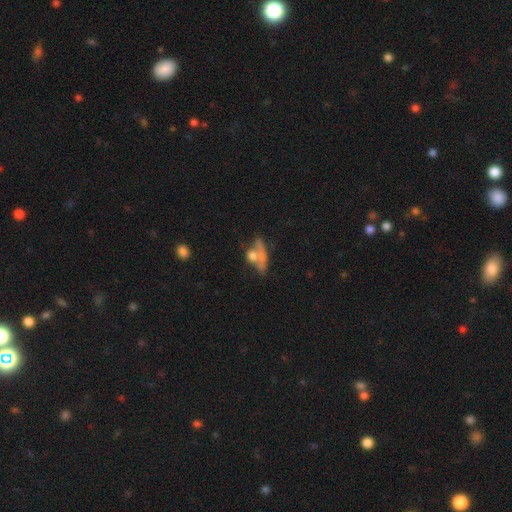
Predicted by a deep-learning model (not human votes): A smooth galaxy with no disk features (57%) that is in between round and cigar-shaped (50%).

Vote fractions:
- Smooth or featured? smooth: 57% / featured or disk: 30% / star or artifact: 13%
- How rounded? in between: 50% / round: 29% / cigar-shaped: 21%
- Merging? merger: 35% / none: 32% / major disturbance: 18% / minor disturbance: 15%